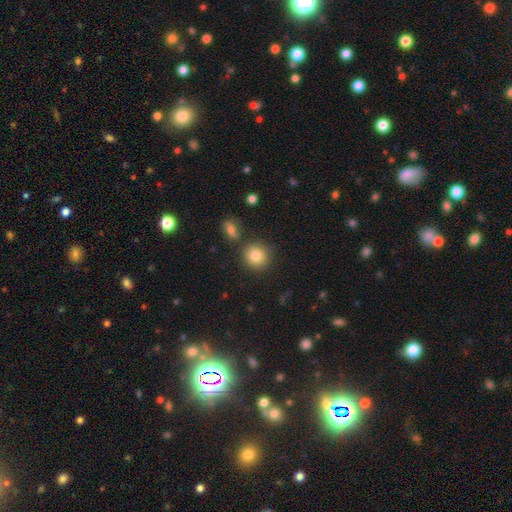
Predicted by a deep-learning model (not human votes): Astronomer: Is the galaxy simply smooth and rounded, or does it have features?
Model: smooth — 83%.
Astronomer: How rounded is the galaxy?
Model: round — 89%.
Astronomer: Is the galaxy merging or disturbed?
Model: none — 81%.